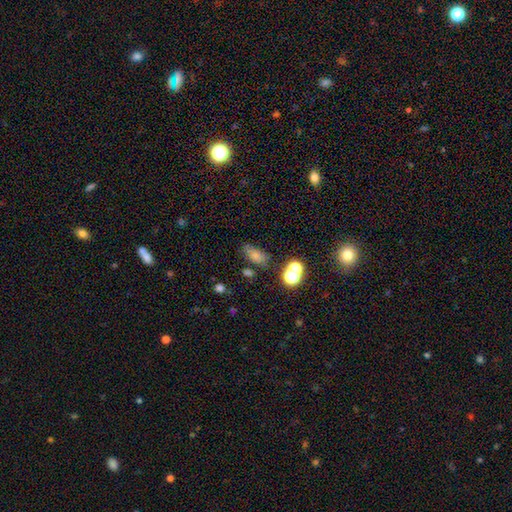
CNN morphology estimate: Q: Smooth or featured?
A: smooth (71%); runner-up: star or artifact (18%)
Q: How rounded?
A: in between (81%); runner-up: round (12%)
Q: Merging?
A: none (58%); runner-up: minor disturbance (21%)